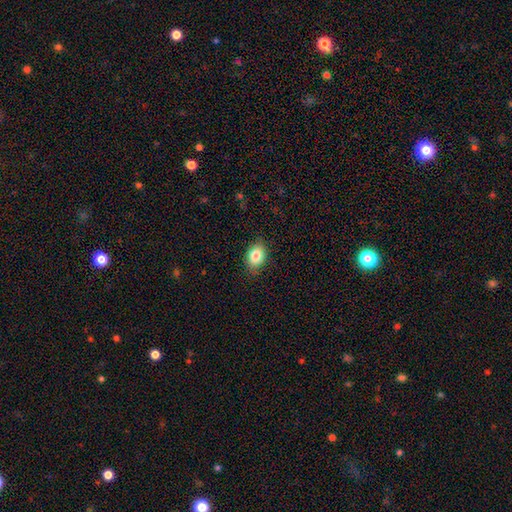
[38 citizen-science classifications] Overall: smooth (89%). How rounded: in between (74%). Merging: none (91%).